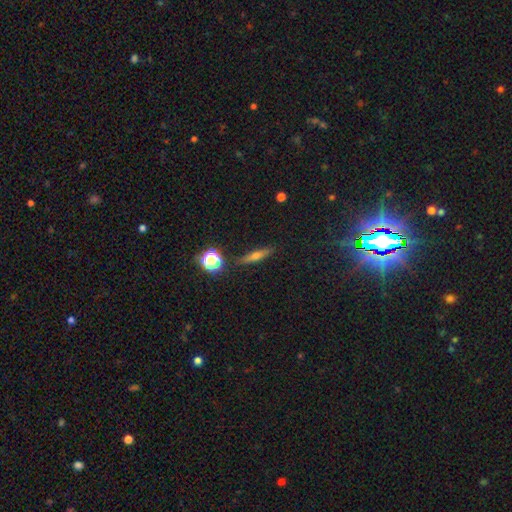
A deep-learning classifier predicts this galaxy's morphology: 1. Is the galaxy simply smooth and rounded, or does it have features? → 45% featured or disk, 38% smooth, 17% star or artifact.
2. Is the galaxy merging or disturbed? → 87% none, 8% minor disturbance, 2% merger, 2% major disturbance.